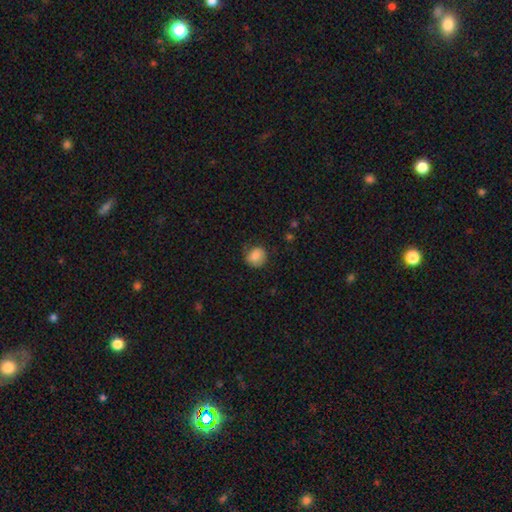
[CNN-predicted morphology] Smooth or featured? smooth (82%)
How rounded? round (75%)
Merging? none (66%)